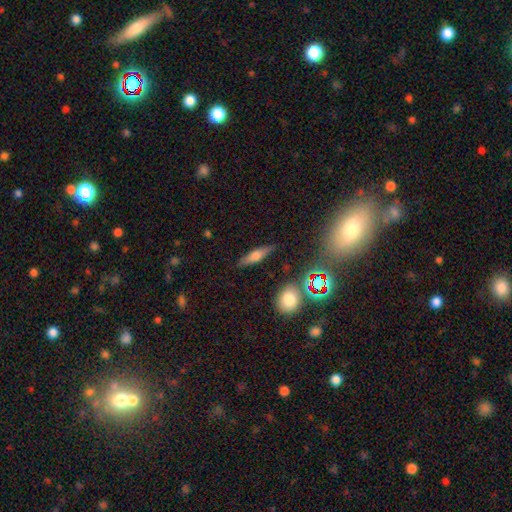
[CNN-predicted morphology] This is possibly a smooth galaxy (50%). Merging: clearly none (86%).